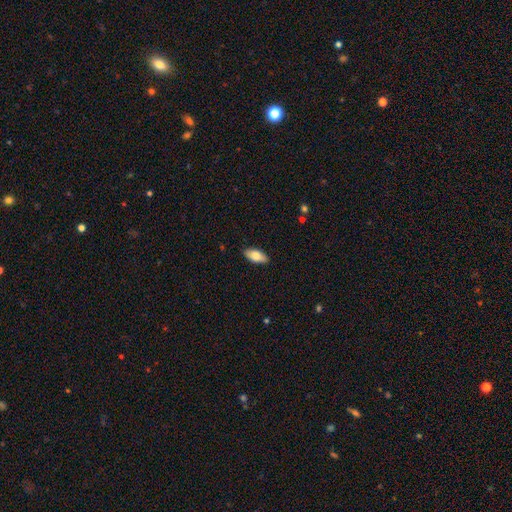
Overall: smooth (72%). How rounded: in between (93%). Merging: none (97%).